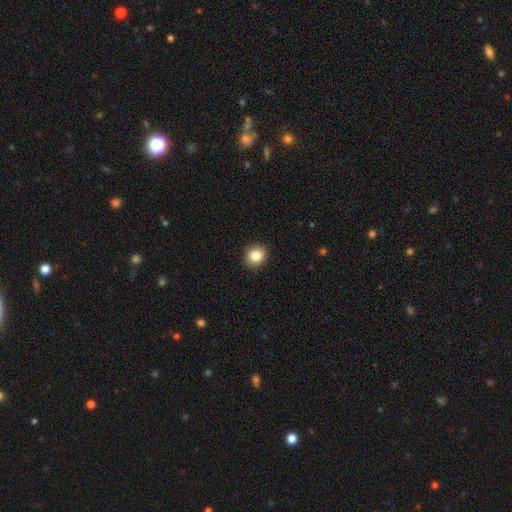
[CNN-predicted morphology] This is clearly a smooth galaxy (85%). How rounded: clearly round (82%). Merging: clearly none (91%).